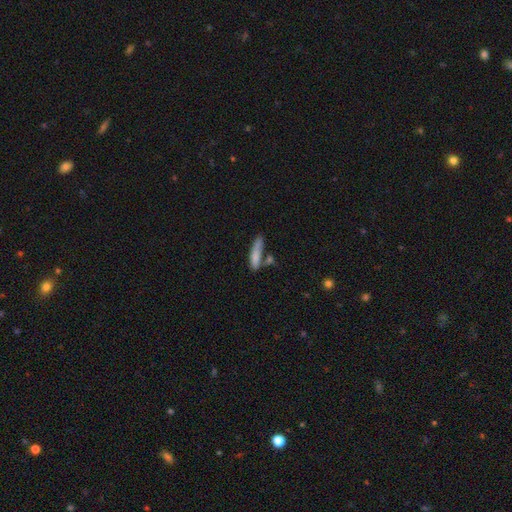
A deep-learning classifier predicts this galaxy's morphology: This appears to be a smooth galaxy with no disk features (78%) that is cigar-shaped (71%). Merging: none (51%).